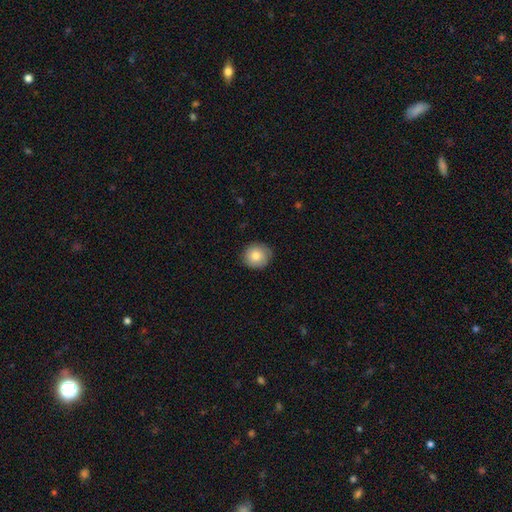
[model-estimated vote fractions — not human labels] Morphology: type=smooth (81%); roundness=round (89%); merging=none (85%).